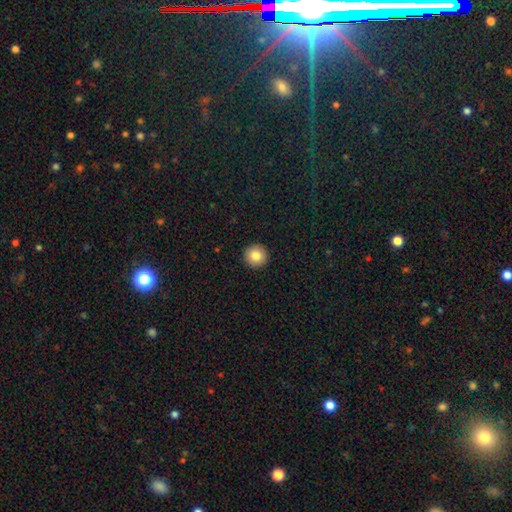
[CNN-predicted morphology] smooth-or-featured: smooth: 83% | star or artifact: 9% | featured or disk: 8%
  how-rounded: round: 96% | in between: 3% | cigar-shaped: 1%
  merging: none: 93% | minor disturbance: 4% | major disturbance: 1% | merger: 1%